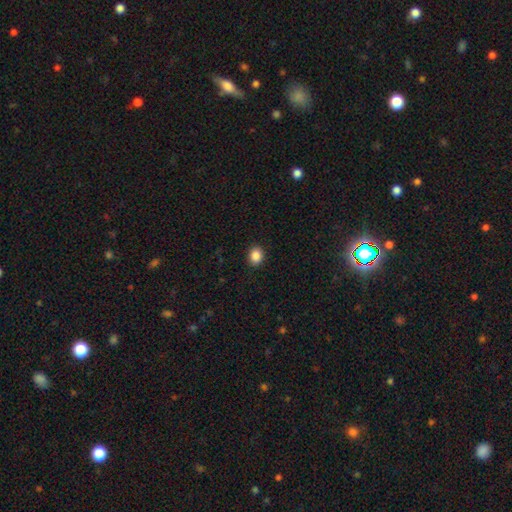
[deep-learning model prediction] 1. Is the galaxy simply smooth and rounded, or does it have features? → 88% smooth, 9% star or artifact, 3% featured or disk.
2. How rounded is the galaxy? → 53% round, 46% in between, 1% cigar-shaped.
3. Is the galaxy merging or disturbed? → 90% none, 7% minor disturbance, 2% major disturbance, 1% merger.